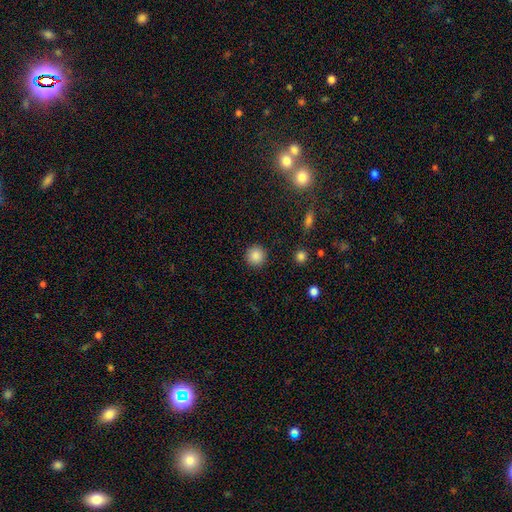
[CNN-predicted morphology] smooth 87%, star or artifact 10%, featured or disk 4%. Down the decision tree: how rounded — round (94%); merging — none (91%).